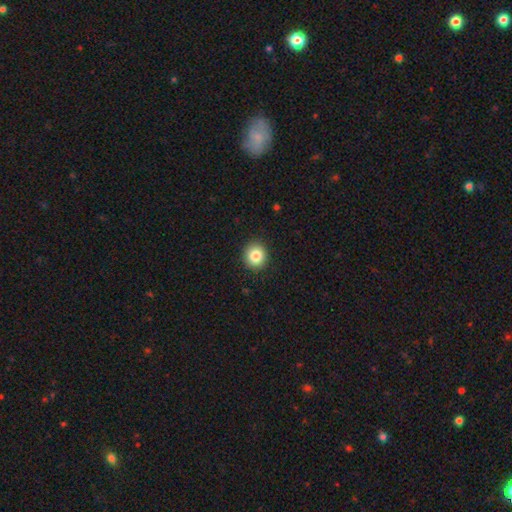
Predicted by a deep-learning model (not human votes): Smooth or featured? Predicted: smooth (p=0.84). How rounded? Predicted: round (p=0.84). Merging? Predicted: none (p=0.91).